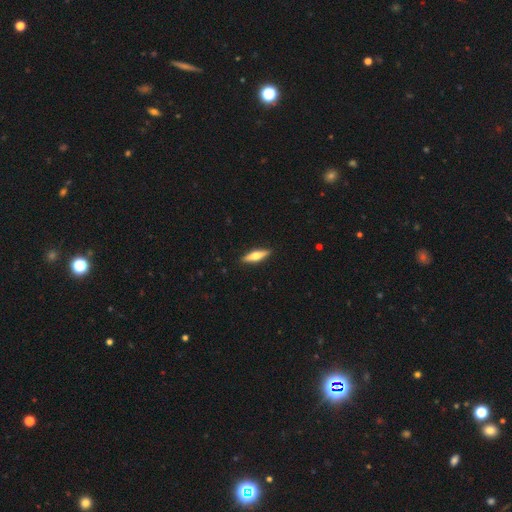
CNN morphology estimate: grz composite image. It shows a featured or disk galaxy (51%) viewed edge-on (94%). Merging: none (91%).